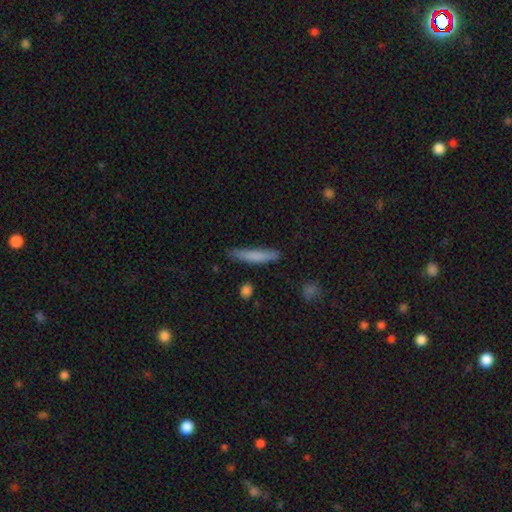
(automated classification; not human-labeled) Smooth or featured?
  - smooth: 76% *
  - featured or disk: 18%
  - star or artifact: 7%
How rounded?
  - cigar-shaped: 91% *
  - in between: 8%
  - round: 2%
Merging?
  - none: 76% *
  - minor disturbance: 18%
  - major disturbance: 4%
  - merger: 2%